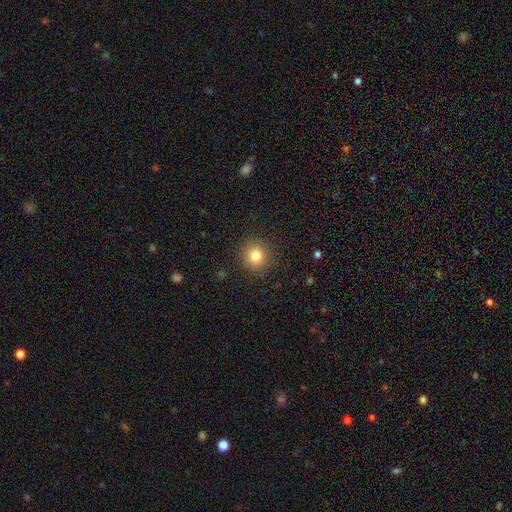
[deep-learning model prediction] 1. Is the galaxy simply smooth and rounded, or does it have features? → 81% smooth, 12% star or artifact, 7% featured or disk.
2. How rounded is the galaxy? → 91% round, 8% in between, 1% cigar-shaped.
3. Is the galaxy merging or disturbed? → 90% none, 7% minor disturbance, 2% major disturbance, 1% merger.